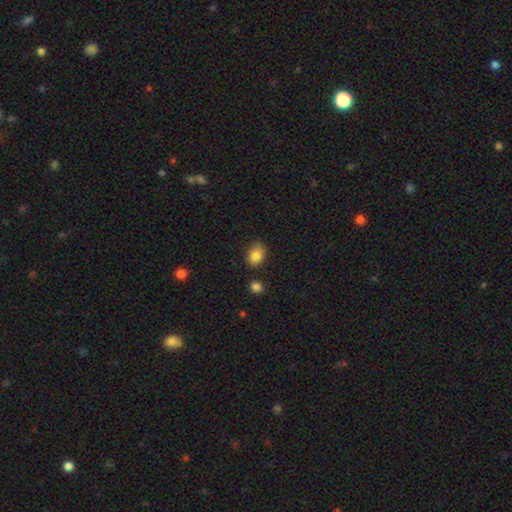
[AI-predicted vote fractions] smooth-or-featured: smooth: 85% | star or artifact: 9% | featured or disk: 6%
  how-rounded: in between: 64% | round: 35% | cigar-shaped: 1%
  merging: none: 79% | minor disturbance: 14% | merger: 4% | major disturbance: 3%